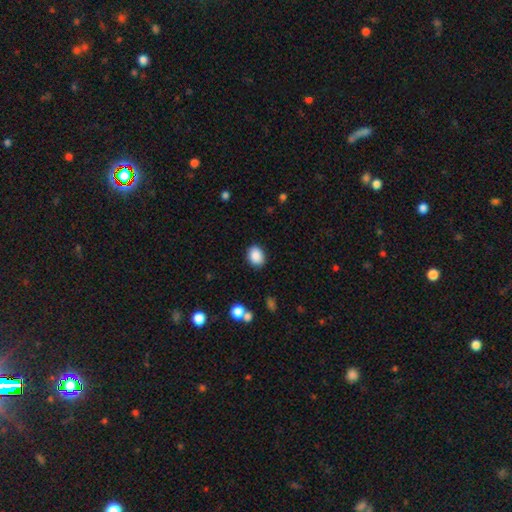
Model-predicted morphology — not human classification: This is clearly a smooth galaxy (88%). How rounded: likely in between (64%). Merging: clearly none (86%).